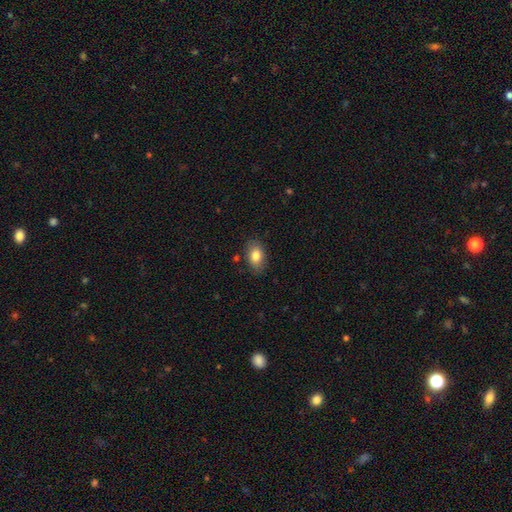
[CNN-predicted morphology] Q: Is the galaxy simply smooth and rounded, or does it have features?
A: smooth — 82%.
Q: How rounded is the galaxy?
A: in between — 87%.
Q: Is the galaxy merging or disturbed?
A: none — 83%.